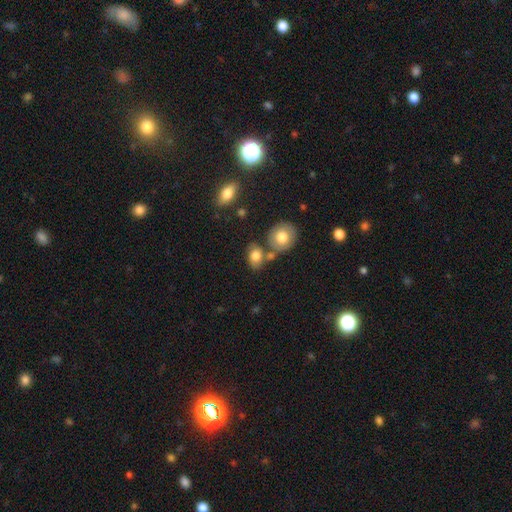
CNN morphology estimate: A smooth galaxy with no disk features (78%) that is in between round and cigar-shaped (70%). Merging: none (56%).